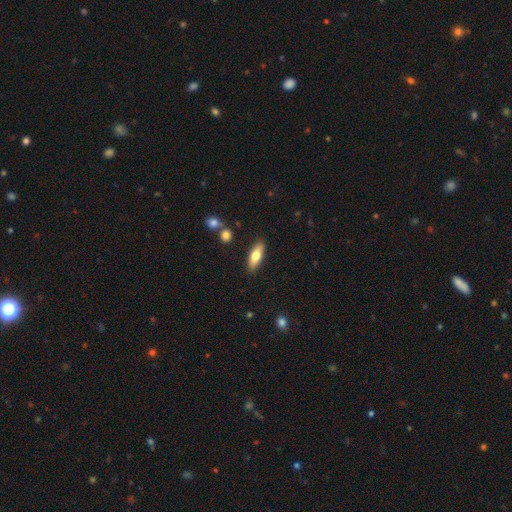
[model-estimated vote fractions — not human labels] Smooth or featured? Predicted: smooth (p=0.69). How rounded? Predicted: in between (p=0.61). Merging? Predicted: none (p=0.87).